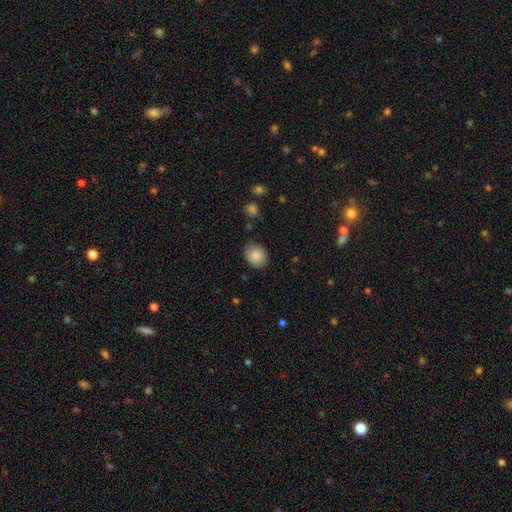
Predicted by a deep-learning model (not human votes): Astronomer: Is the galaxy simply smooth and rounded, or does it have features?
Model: smooth — 84%.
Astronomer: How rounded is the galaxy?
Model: round — 55% (runner-up: in between, 44%).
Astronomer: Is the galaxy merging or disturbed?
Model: none — 82%.